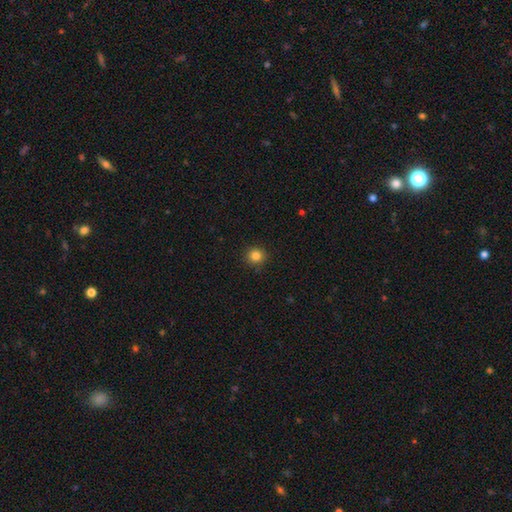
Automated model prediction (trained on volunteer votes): Smooth or featured?
  - smooth: 84% *
  - star or artifact: 12%
  - featured or disk: 4%
How rounded?
  - round: 93% *
  - in between: 6%
  - cigar-shaped: 1%
Merging?
  - none: 91% *
  - minor disturbance: 6%
  - major disturbance: 2%
  - merger: 1%